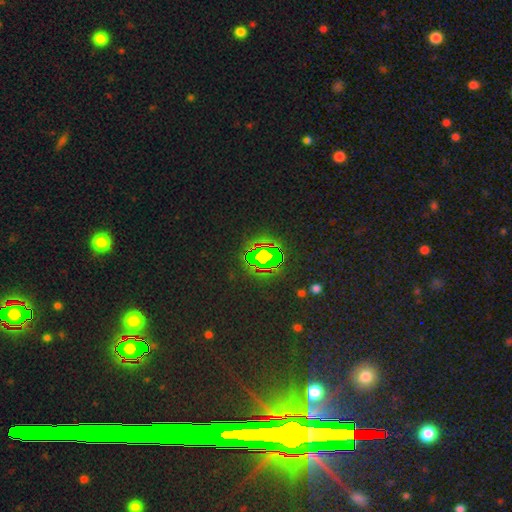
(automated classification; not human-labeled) This is clearly a star or artifact rather than a galaxy (81%).